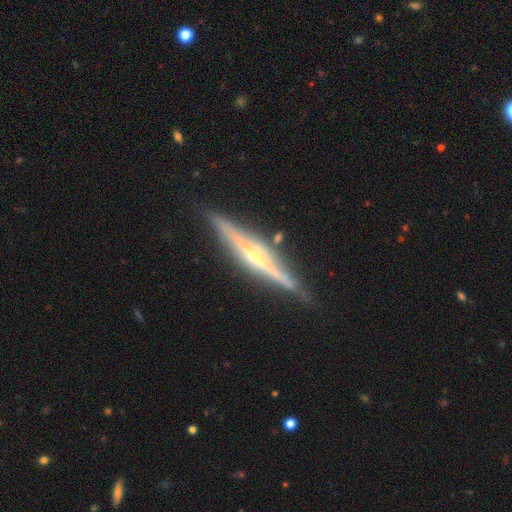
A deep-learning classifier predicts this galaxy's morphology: Smooth or featured?
  - featured or disk: 84% *
  - smooth: 10%
  - star or artifact: 5%
Edge-on disk?
  - yes: 97% *
  - no: 3%
Edge-on bulge?
  - rounded: 75% *
  - none: 18%
  - boxy: 8%
Merging?
  - none: 85% *
  - minor disturbance: 10%
  - major disturbance: 2%
  - merger: 2%